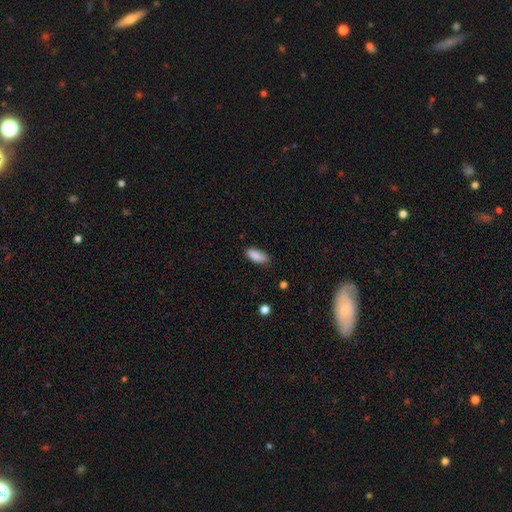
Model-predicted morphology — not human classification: type=smooth (88%); roundness=in between (82%); merging=none (80%).